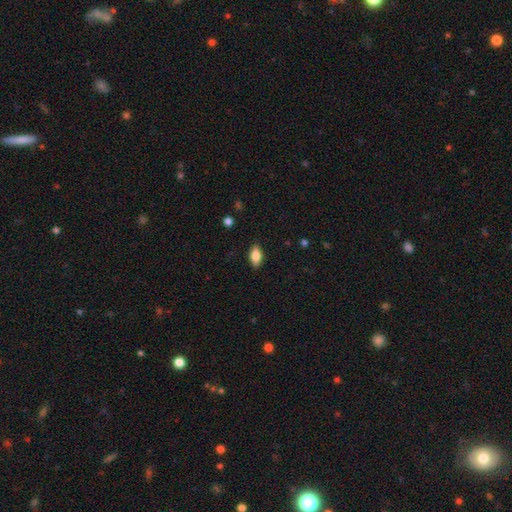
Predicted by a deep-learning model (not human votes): Smooth or featured? Predicted: smooth (p=0.77). How rounded? Predicted: in between (p=0.87). Merging? Predicted: none (p=0.87).